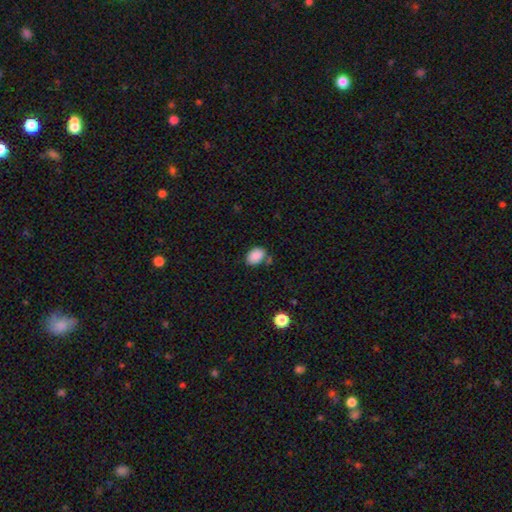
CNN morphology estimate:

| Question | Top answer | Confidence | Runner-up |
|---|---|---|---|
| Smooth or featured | smooth | 88% | star or artifact (8%) |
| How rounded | in between | 82% | round (17%) |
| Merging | none | 73% | minor disturbance (16%) |